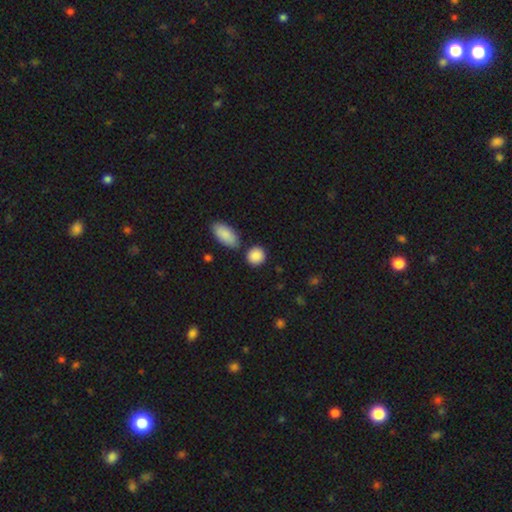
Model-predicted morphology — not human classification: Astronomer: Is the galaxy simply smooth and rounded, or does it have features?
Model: smooth — 89%.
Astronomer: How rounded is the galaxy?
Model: round — 78%.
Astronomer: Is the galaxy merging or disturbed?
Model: none — 78%.